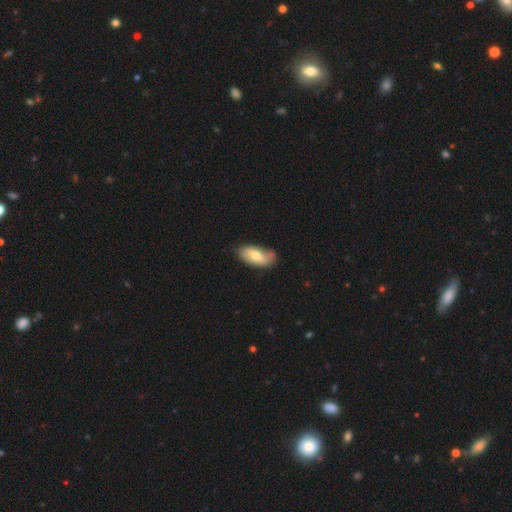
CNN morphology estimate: Q: Smooth or featured?
A: smooth (58%); runner-up: featured or disk (36%)
Q: How rounded?
A: in between (92%); runner-up: cigar-shaped (5%)
Q: Merging?
A: none (64%); runner-up: minor disturbance (27%)